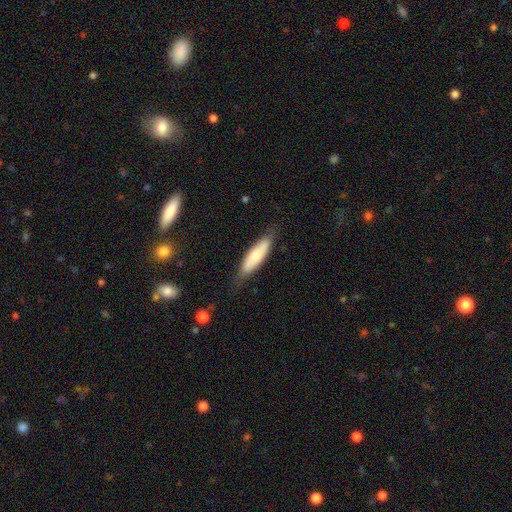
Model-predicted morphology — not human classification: Q: Smooth or featured?
A: smooth (68%); runner-up: featured or disk (26%)
Q: How rounded?
A: cigar-shaped (57%); runner-up: in between (41%)
Q: Merging?
A: none (74%); runner-up: minor disturbance (20%)